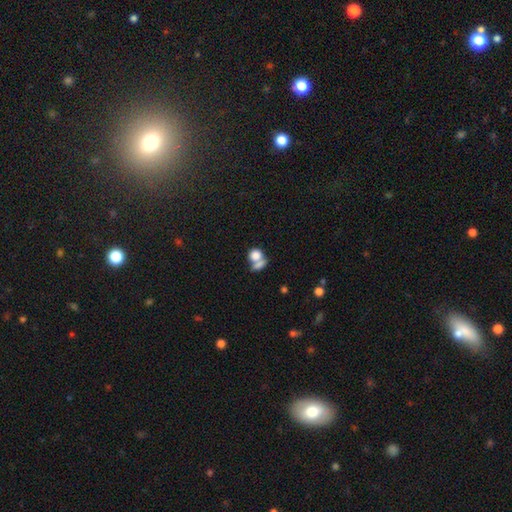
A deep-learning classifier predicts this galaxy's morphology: This is likely a smooth galaxy (78%). How rounded: likely round (62%). Merging: possibly merger (52%).